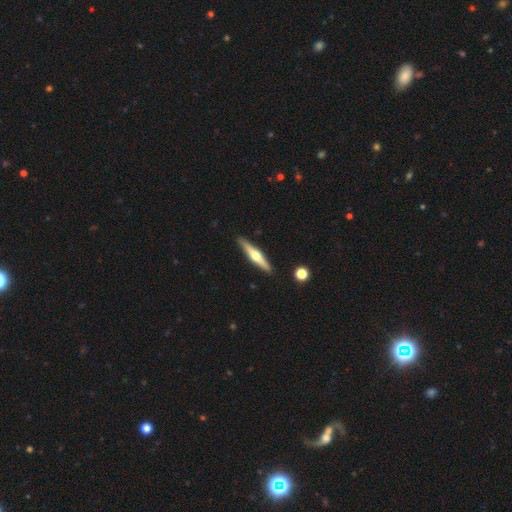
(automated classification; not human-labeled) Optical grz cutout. It shows a featured or disk galaxy (65%) viewed edge-on (97%) with a rounded central bulge (94%). Merging: none (90%).